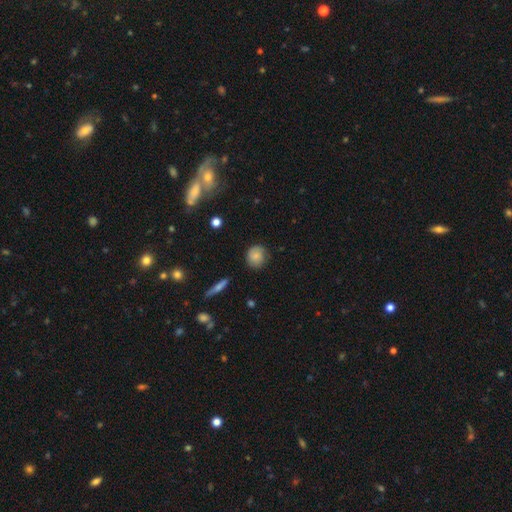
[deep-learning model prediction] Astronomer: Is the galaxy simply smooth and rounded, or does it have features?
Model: smooth — 74%.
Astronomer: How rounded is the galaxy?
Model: round — 81%.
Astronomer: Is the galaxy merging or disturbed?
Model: none — 76%.